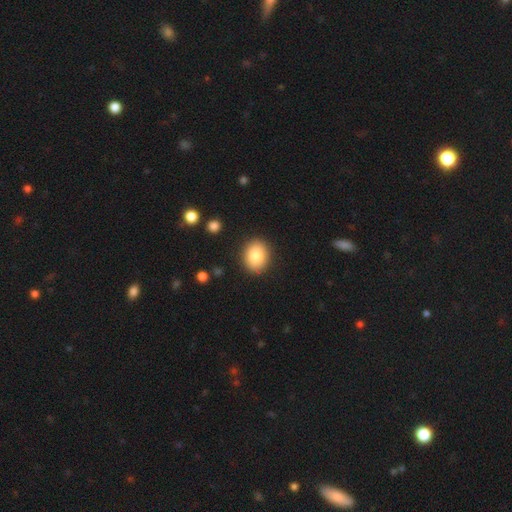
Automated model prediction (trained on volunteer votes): The model was most divided on "how rounded": round: 51%, in between: 48%, cigar-shaped: 1%. More confident: merging — none (89%); smooth or featured — smooth (85%).